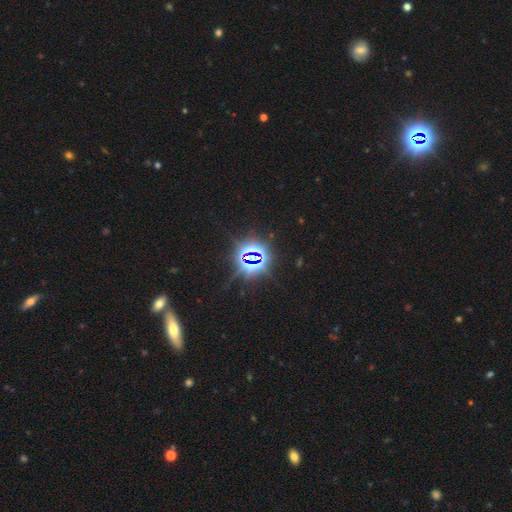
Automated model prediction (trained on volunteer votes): The model was most divided on "smooth or featured": star or artifact: 83%, smooth: 10%, featured or disk: 7%.